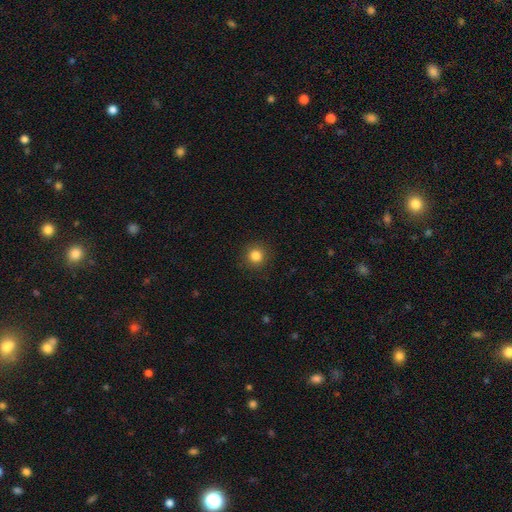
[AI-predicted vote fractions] smooth_or_featured: smooth (p=0.84) [alt: star or artifact p=0.12]
how_rounded: round (p=0.93) [alt: in between p=0.06]
merging: none (p=0.91) [alt: minor disturbance p=0.06]